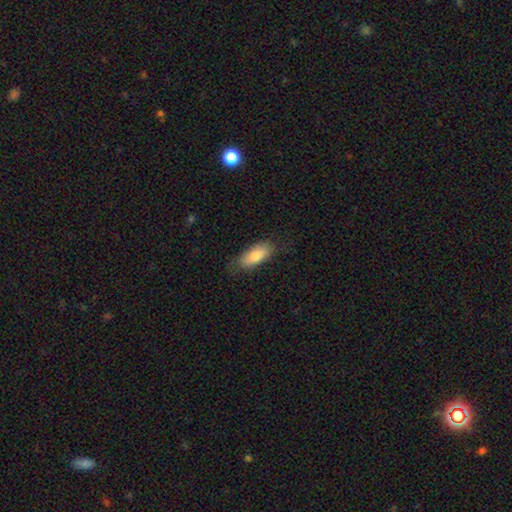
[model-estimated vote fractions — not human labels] Smooth or featured: smooth — 83% (featured or disk — 11%)
How rounded: in between — 82% (cigar-shaped — 16%)
Merging: none — 75% (minor disturbance — 19%)